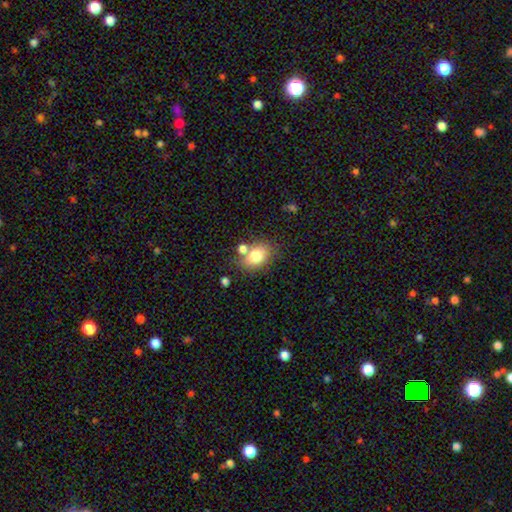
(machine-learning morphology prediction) This is likely a smooth galaxy (76%). How rounded: likely in between (67%). Merging: likely none (61%).